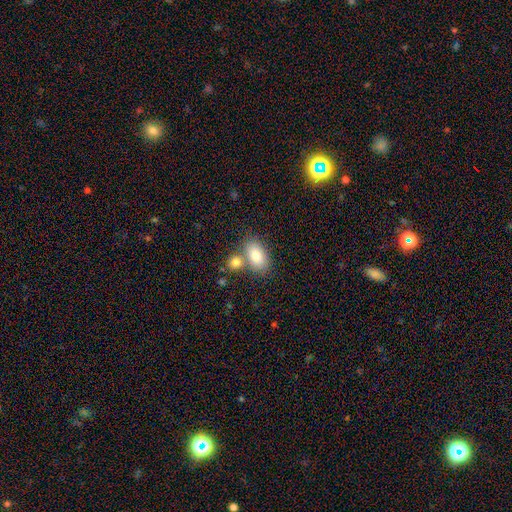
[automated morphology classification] type=smooth (83%); roundness=in between (91%); merging=none (53%).